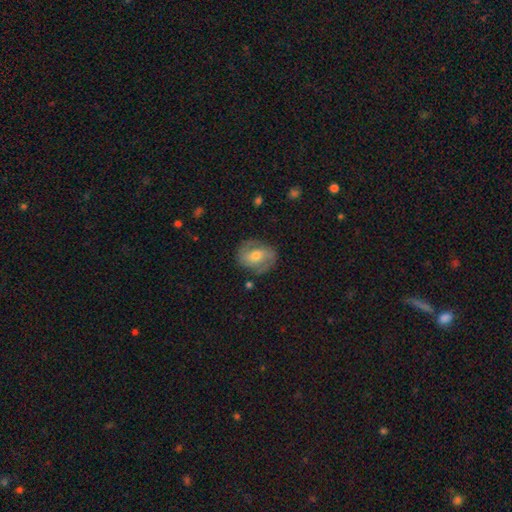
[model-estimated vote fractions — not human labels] smooth_or_featured: featured or disk (p=0.69) [alt: smooth p=0.24]
disk_edge_on: no (p=0.97) [alt: yes p=0.03]
bar: weak (p=0.41) [alt: no p=0.39]
has_spiral_arms: yes (p=0.88) [alt: no p=0.12]
spiral_winding: medium (p=0.48) [alt: tight p=0.30]
spiral_arm_count: 2 (p=0.83) [alt: can't tell p=0.09]
bulge_size: moderate (p=0.64) [alt: small p=0.29]
merging: none (p=0.78) [alt: minor disturbance p=0.15]